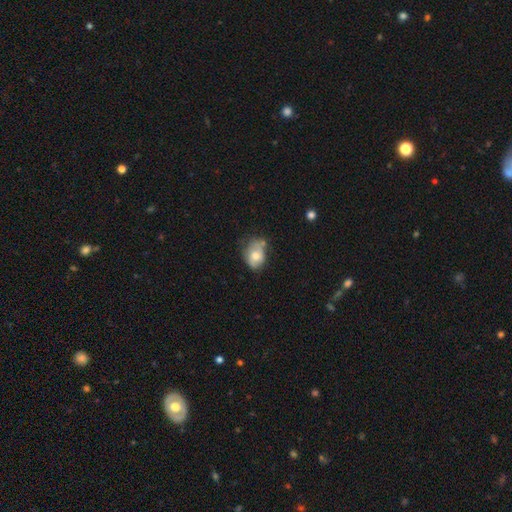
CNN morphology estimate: type=smooth (65%); roundness=in between (67%); merging=none (41%).